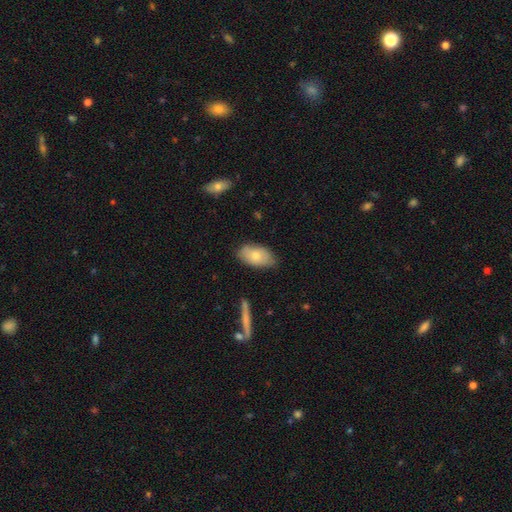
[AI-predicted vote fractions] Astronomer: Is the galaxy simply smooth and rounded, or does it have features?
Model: smooth — 75%.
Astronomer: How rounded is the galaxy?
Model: in between — 93%.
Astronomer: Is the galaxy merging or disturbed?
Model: none — 74%.